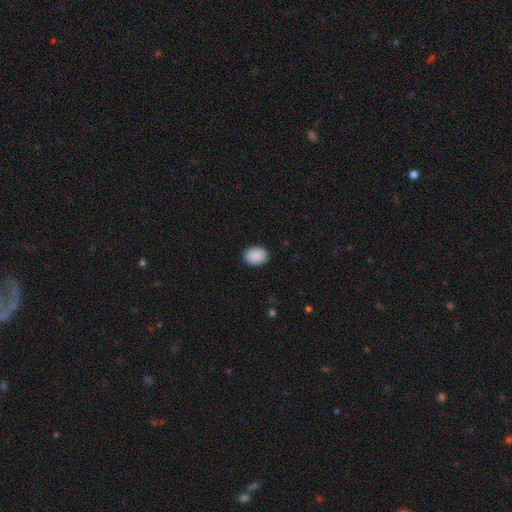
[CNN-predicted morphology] Q: Smooth or featured?
A: smooth (91%); runner-up: star or artifact (7%)
Q: How rounded?
A: in between (69%); runner-up: round (30%)
Q: Merging?
A: none (89%); runner-up: minor disturbance (8%)